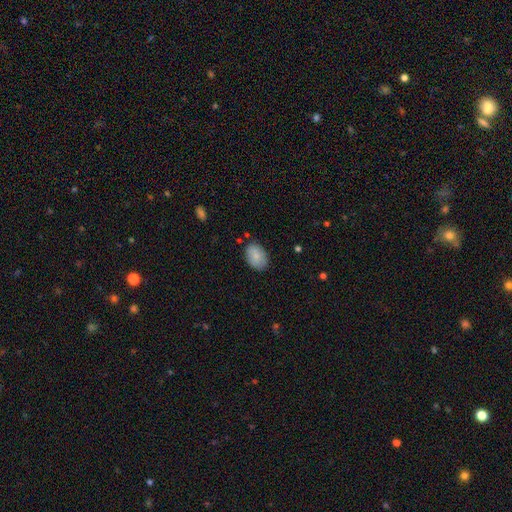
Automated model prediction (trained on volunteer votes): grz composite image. It shows a smooth galaxy with no disk features (85%) that is in between round and cigar-shaped (85%). Merging: none (80%).